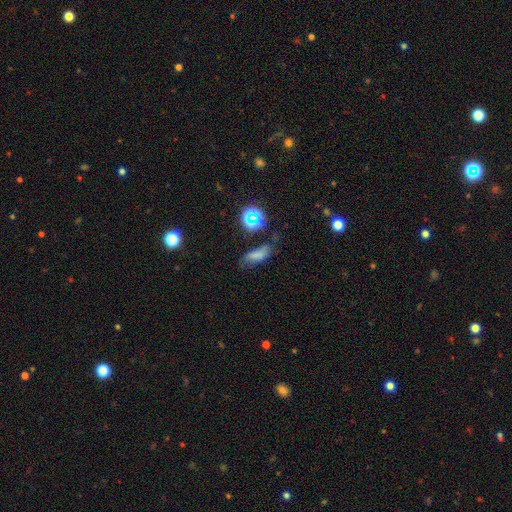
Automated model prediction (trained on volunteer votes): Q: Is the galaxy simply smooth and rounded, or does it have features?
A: smooth — 58%.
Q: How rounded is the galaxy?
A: in between — 61%.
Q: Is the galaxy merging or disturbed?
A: none — 59%.